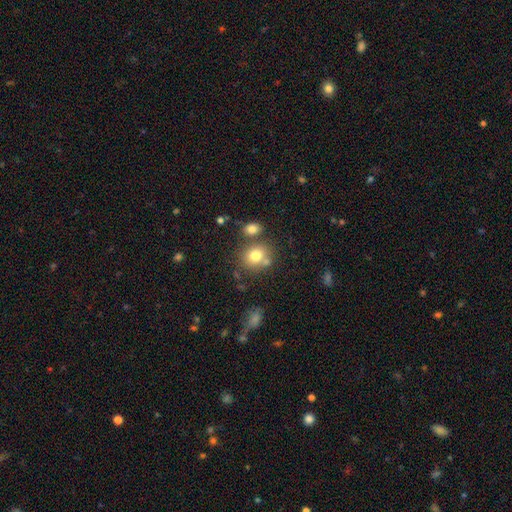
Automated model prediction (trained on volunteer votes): This appears to be a smooth galaxy with no disk features (77%) that is round (70%). Merging: none (62%).